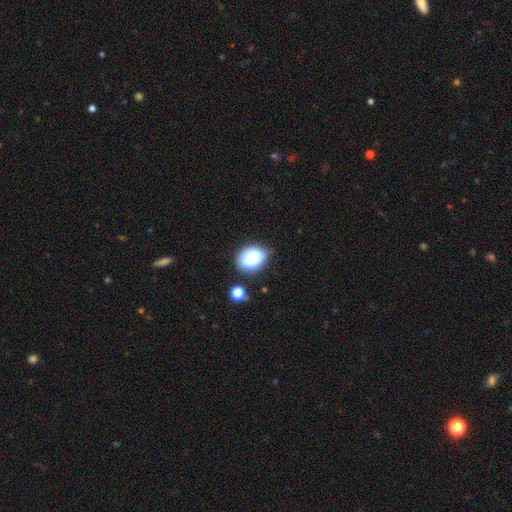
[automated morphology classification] Q: Smooth or featured?
A: smooth (83%); runner-up: star or artifact (9%)
Q: How rounded?
A: in between (63%); runner-up: round (36%)
Q: Merging?
A: none (61%); runner-up: minor disturbance (26%)